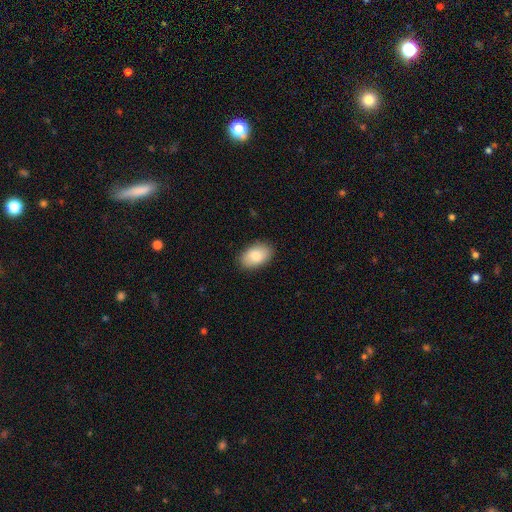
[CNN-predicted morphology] smooth-or-featured: smooth: 84% | featured or disk: 10% | star or artifact: 7%
  how-rounded: in between: 92% | round: 7% | cigar-shaped: 1%
  merging: none: 88% | minor disturbance: 9% | major disturbance: 2% | merger: 1%